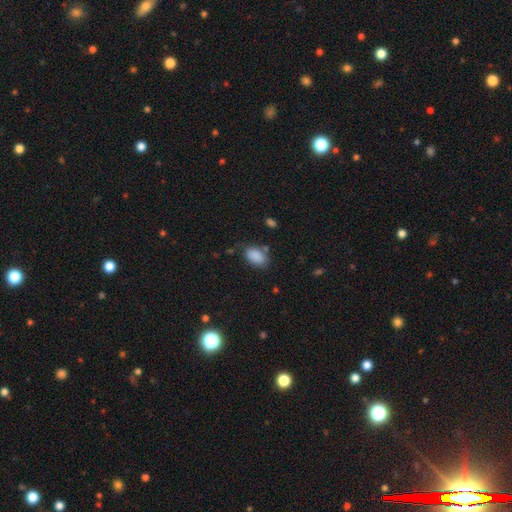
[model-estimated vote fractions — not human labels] A smooth galaxy with no disk features (88%) that is in between round and cigar-shaped (88%). Merging: none (72%).